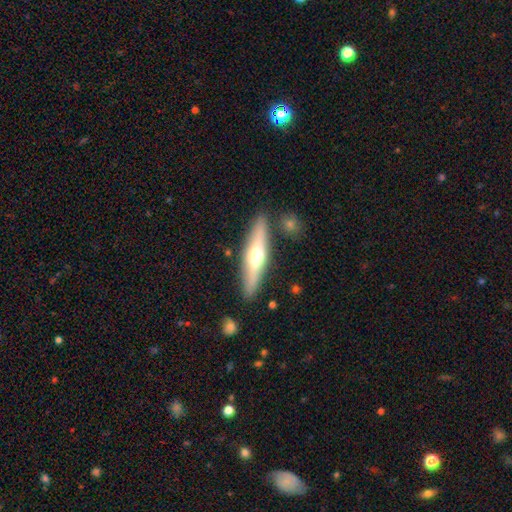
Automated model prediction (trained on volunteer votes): This appears to be a featured or disk galaxy (57%) viewed edge-on (92%) with a rounded central bulge (93%). Merging: none (86%).